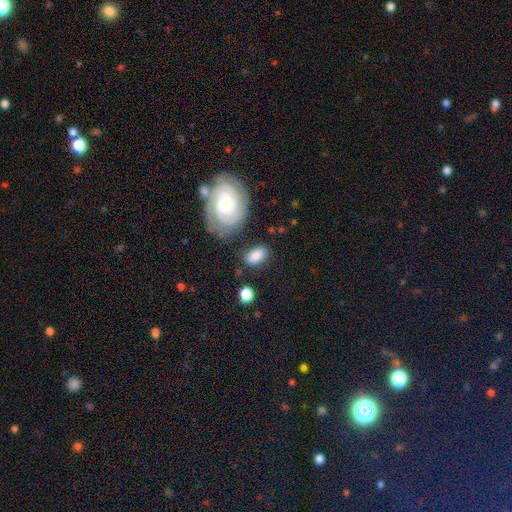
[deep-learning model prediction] The model was most divided on "merging": none: 73%, minor disturbance: 16%, major disturbance: 5%, merger: 5%. More confident: how rounded — in between (89%); smooth or featured — smooth (77%).